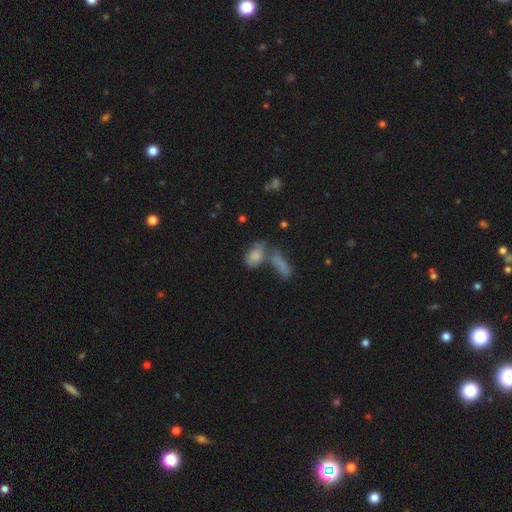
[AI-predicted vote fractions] The model was most divided on "merging": merger: 41%, none: 40%, minor disturbance: 12%, major disturbance: 7%. More confident: how rounded — in between (82%); smooth or featured — smooth (72%).